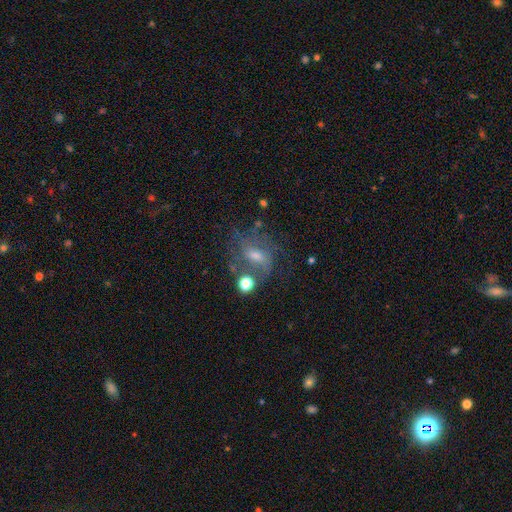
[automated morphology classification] smooth_or_featured: featured or disk (p=0.60) [alt: smooth p=0.24]
disk_edge_on: no (p=0.95) [alt: yes p=0.05]
bar: weak (p=0.46) [alt: no p=0.41]
has_spiral_arms: yes (p=0.74) [alt: no p=0.26]
bulge_size: moderate (p=0.49) [alt: small p=0.37]
merging: none (p=0.52) [alt: minor disturbance p=0.19]